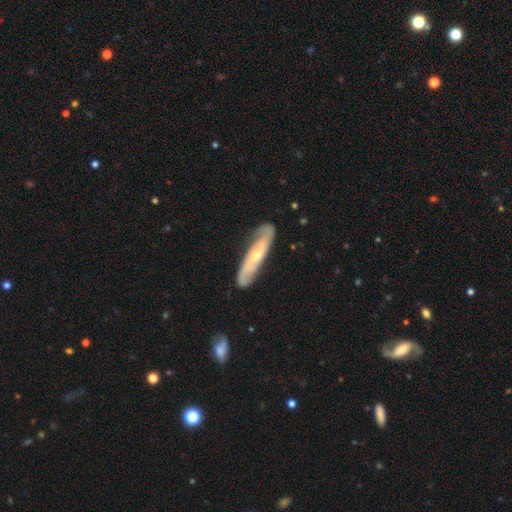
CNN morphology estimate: This appears to be a featured or disk galaxy (71%). Merging: none (80%).